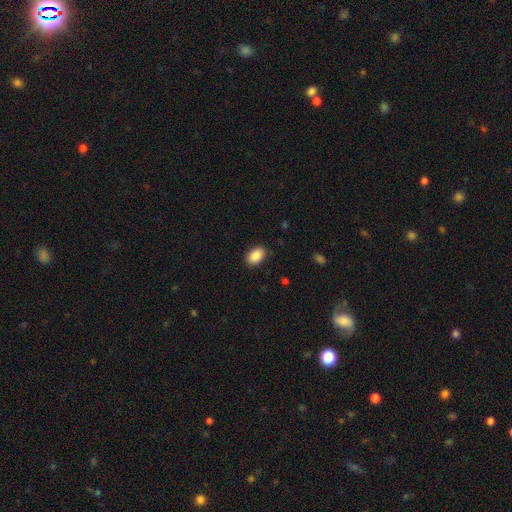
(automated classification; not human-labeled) Smooth or featured? smooth (89%)
How rounded? in between (87%)
Merging? none (87%)